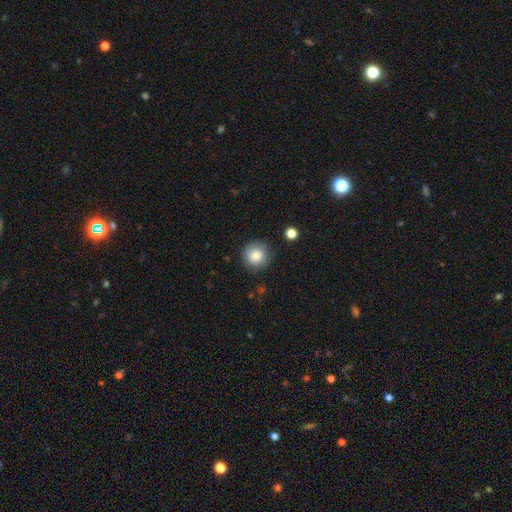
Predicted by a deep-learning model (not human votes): Smooth or featured? smooth (83%)
How rounded? round (94%)
Merging? none (85%)